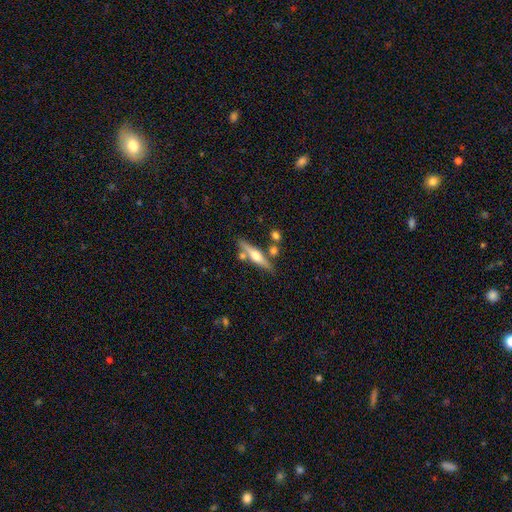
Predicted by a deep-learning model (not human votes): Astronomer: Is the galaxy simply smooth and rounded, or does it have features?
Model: featured or disk — 61%.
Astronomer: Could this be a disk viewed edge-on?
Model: yes — 94%.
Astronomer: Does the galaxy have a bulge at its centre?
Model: rounded — 93%.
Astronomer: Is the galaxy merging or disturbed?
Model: none — 74%.